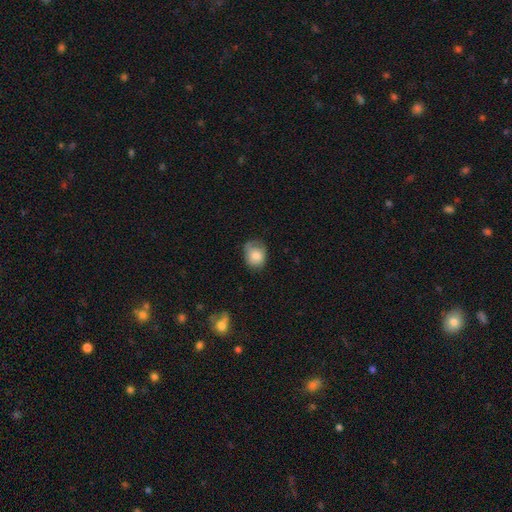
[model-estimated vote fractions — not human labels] This appears to be a smooth galaxy with no disk features (76%) that is round (51%). Merging: none (53%).